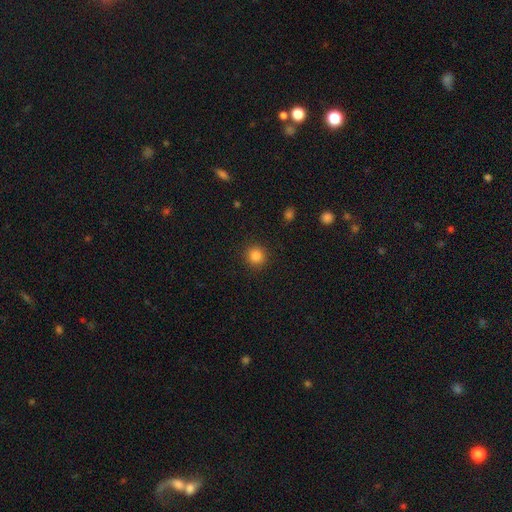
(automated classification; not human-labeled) Overall: smooth (85%). How rounded: round (92%). Merging: none (91%).